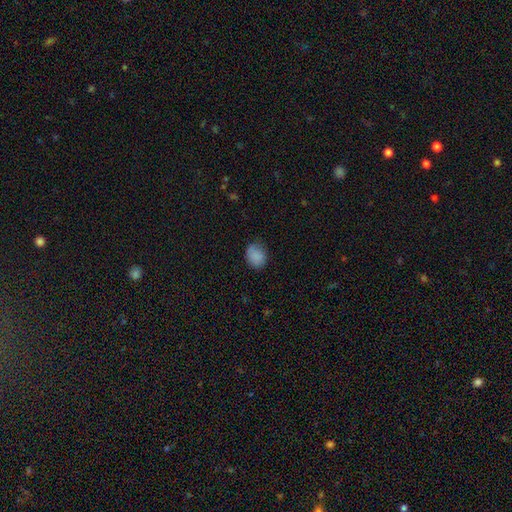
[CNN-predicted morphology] smooth_or_featured: smooth (p=0.86) [alt: star or artifact p=0.09]
how_rounded: round (p=0.50) [alt: in between p=0.49]
merging: none (p=0.74) [alt: minor disturbance p=0.20]